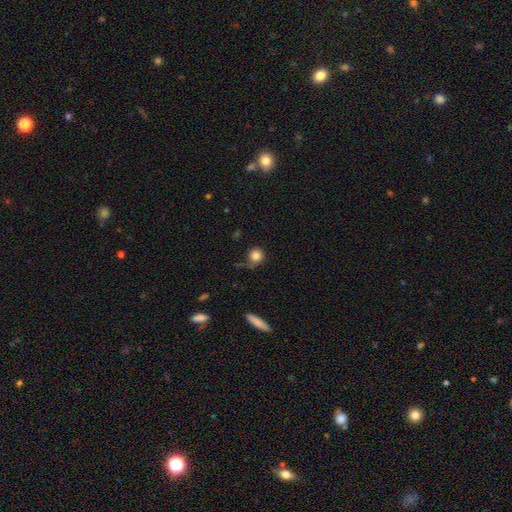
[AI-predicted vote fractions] Smooth or featured?
  - smooth: 83% *
  - star or artifact: 9%
  - featured or disk: 7%
How rounded?
  - round: 88% *
  - in between: 11%
  - cigar-shaped: 1%
Merging?
  - none: 65% *
  - minor disturbance: 20%
  - major disturbance: 10%
  - merger: 5%